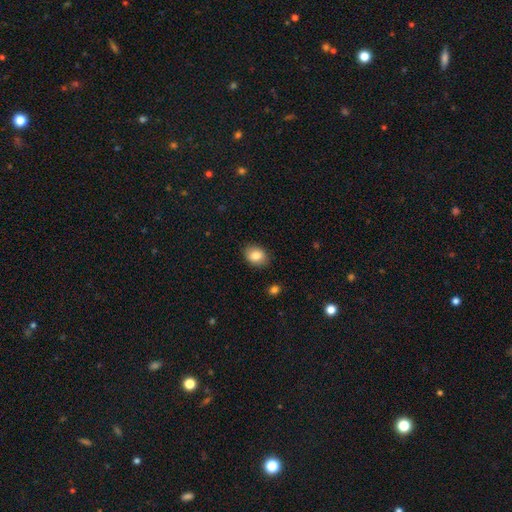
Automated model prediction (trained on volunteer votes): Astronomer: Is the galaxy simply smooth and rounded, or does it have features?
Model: smooth — 85%.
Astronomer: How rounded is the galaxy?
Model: in between — 61% (runner-up: round, 39%).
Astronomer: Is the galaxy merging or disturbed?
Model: none — 87%.